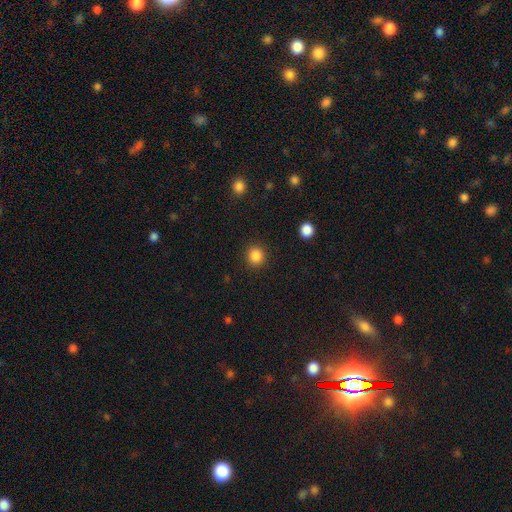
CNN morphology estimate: The model was most divided on "smooth or featured": smooth: 86%, star or artifact: 11%, featured or disk: 3%. More confident: merging — none (91%); how rounded — round (90%).